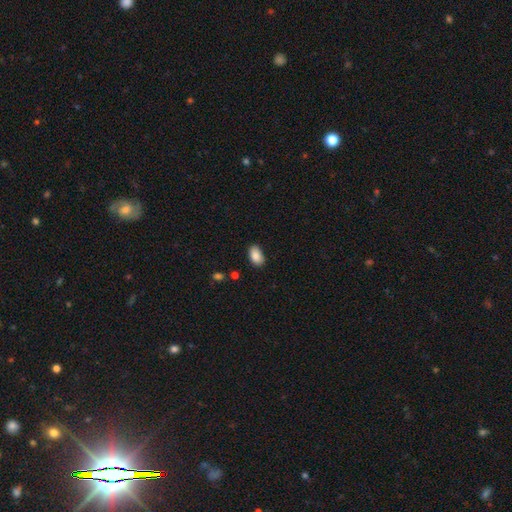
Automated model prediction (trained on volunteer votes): Morphology: type=smooth (88%); roundness=in between (93%); merging=none (84%).